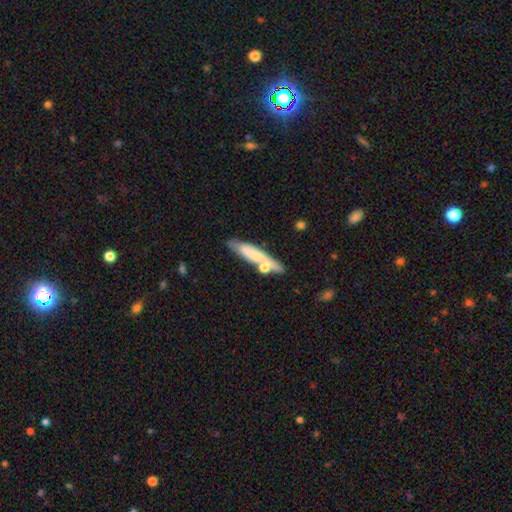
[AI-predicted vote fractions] This is possibly a smooth galaxy (55%). How rounded: clearly cigar-shaped (82%). Merging: likely none (63%).